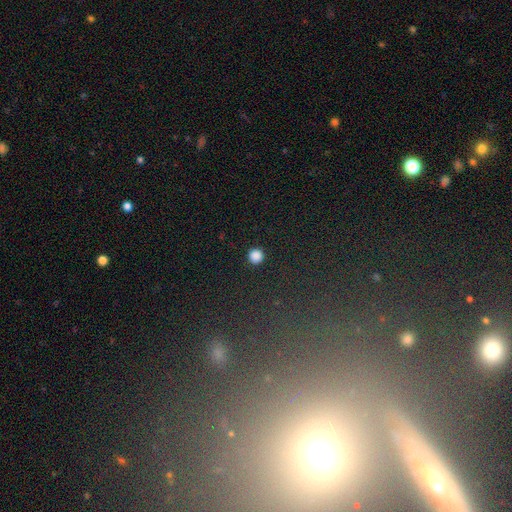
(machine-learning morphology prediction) Smooth or featured? smooth (86%)
How rounded? round (95%)
Merging? none (92%)